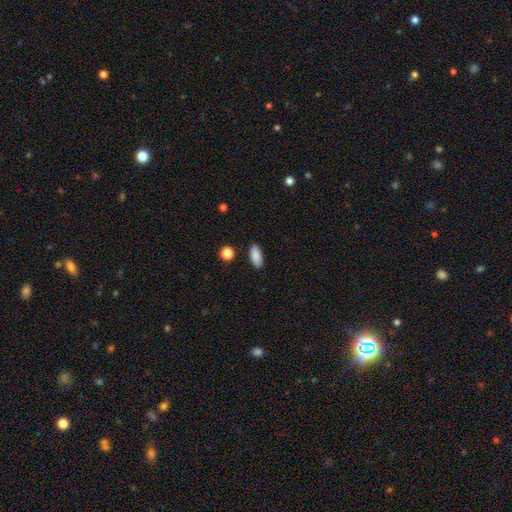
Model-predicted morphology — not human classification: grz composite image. It shows a smooth galaxy with no disk features (89%) that is in between round and cigar-shaped (87%). Merging: none (89%).